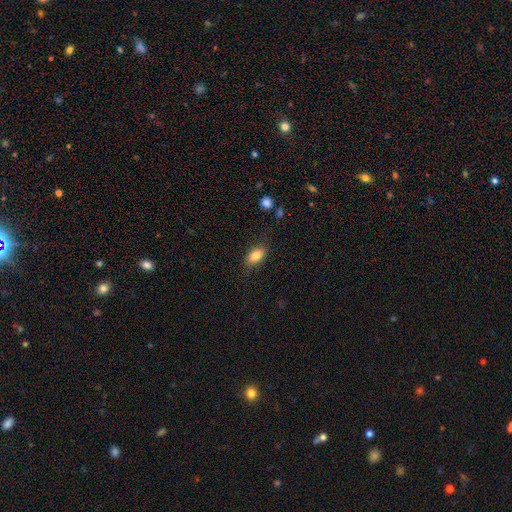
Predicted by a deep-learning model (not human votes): smooth 82%, featured or disk 10%, star or artifact 8%. Down the decision tree: how rounded — in between (87%); merging — none (79%).